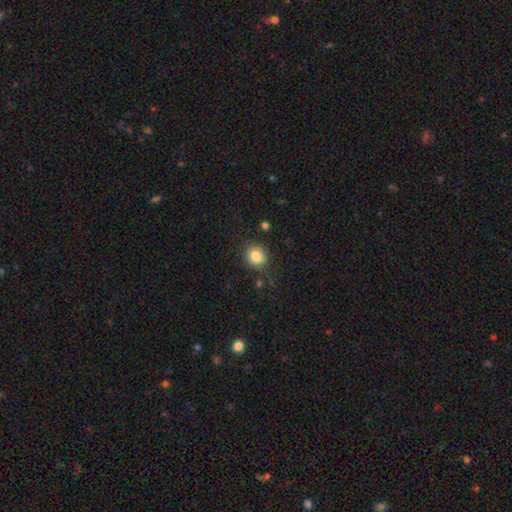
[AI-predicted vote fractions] Smooth or featured: smooth — 83% (star or artifact — 11%)
How rounded: round — 74% (in between — 25%)
Merging: none — 79% (minor disturbance — 14%)